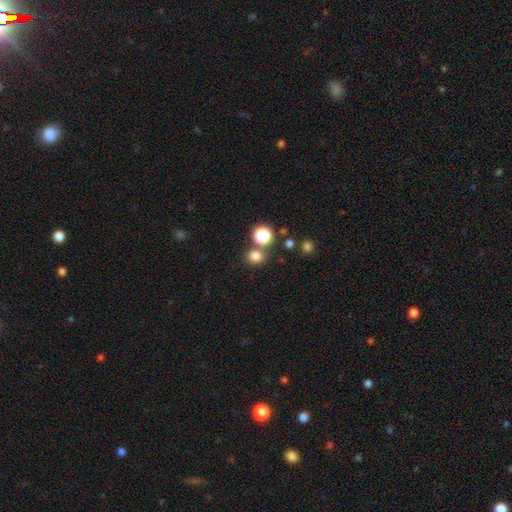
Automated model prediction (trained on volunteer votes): Smooth or featured: smooth — 77% (star or artifact — 18%)
How rounded: round — 81% (in between — 18%)
Merging: none — 74% (merger — 15%)